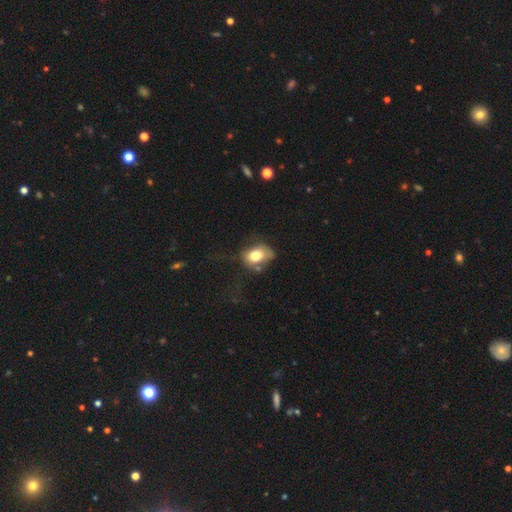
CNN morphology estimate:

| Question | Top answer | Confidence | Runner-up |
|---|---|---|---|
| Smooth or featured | smooth | 73% | featured or disk (18%) |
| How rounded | in between | 65% | round (34%) |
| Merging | none | 40% | minor disturbance (29%) |